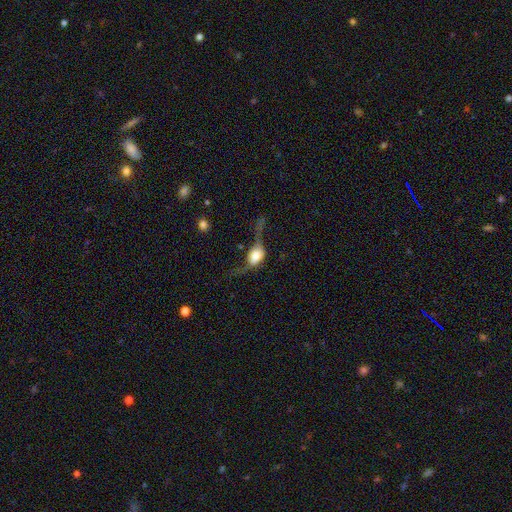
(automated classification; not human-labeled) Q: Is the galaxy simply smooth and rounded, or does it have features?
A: smooth — 50%.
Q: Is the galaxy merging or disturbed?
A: major disturbance — 50%.